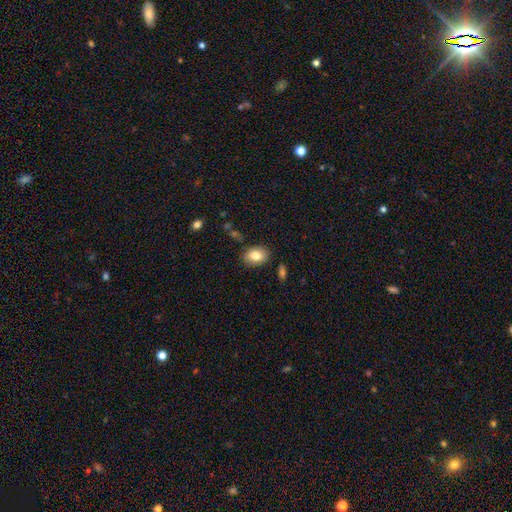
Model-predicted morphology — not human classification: smooth-or-featured: smooth: 82% | featured or disk: 10% | star or artifact: 8%
  how-rounded: in between: 79% | round: 20% | cigar-shaped: 1%
  merging: none: 84% | minor disturbance: 11% | major disturbance: 3% | merger: 2%